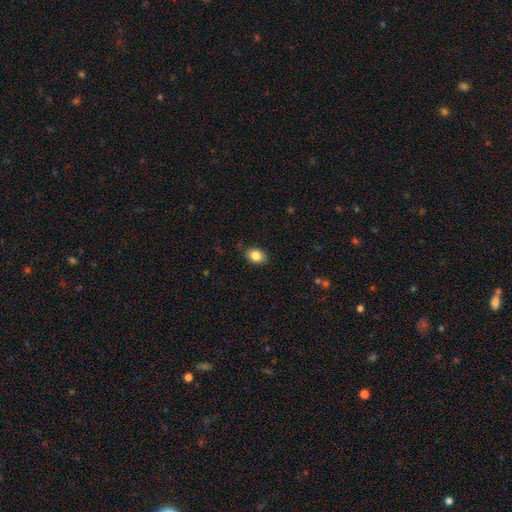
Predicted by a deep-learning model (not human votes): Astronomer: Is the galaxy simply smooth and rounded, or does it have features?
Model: smooth — 84%.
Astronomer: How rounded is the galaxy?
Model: in between — 79%.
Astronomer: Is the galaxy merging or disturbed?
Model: none — 87%.